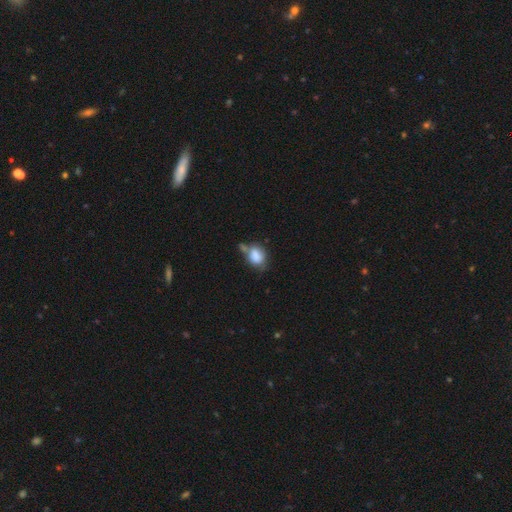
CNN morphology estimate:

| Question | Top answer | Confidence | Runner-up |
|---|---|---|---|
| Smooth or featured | smooth | 79% | featured or disk (12%) |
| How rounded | in between | 66% | round (32%) |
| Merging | none | 31% | tied: merger (31%) |